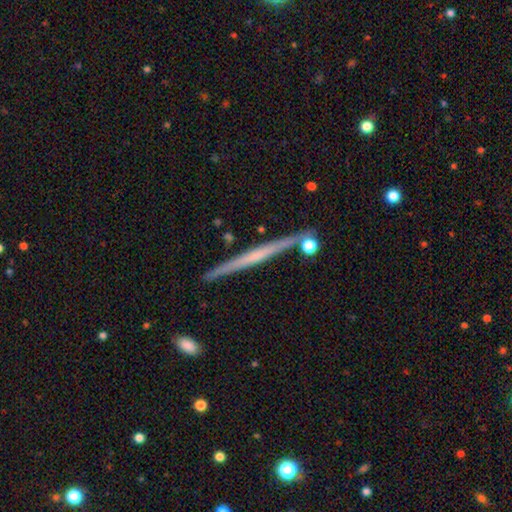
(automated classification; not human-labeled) This is likely a featured or disk galaxy (61%). It is clearly viewed edge-on (98%). Edge-on bulge: likely none (78%). Merging: clearly none (87%).